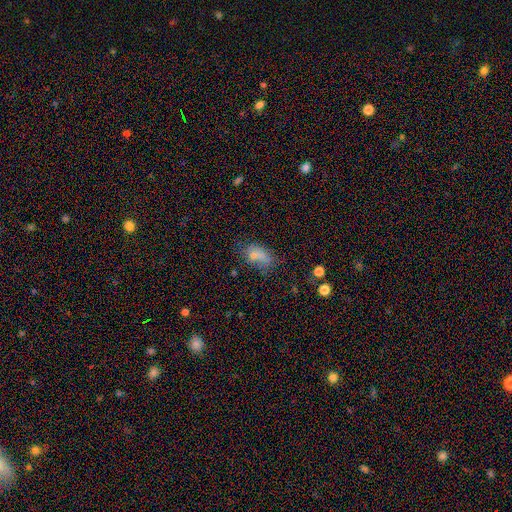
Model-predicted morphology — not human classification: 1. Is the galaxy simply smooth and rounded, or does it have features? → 64% smooth, 19% featured or disk, 17% star or artifact.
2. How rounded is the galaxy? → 85% in between, 9% round, 5% cigar-shaped.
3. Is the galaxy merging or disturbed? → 46% none, 27% minor disturbance, 18% major disturbance, 9% merger.